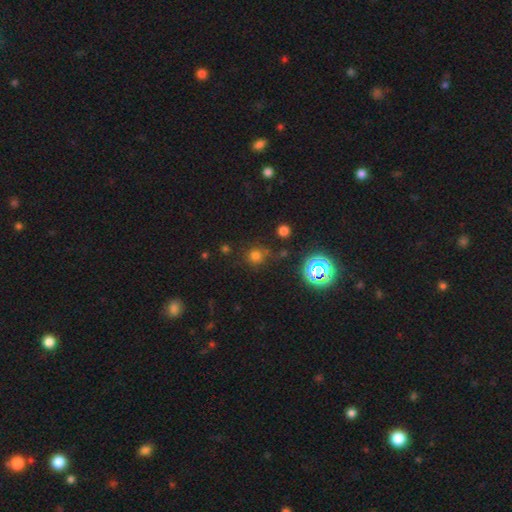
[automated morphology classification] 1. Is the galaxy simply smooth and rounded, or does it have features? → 64% smooth, 28% star or artifact, 7% featured or disk.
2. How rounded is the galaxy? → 90% round, 9% in between, 1% cigar-shaped.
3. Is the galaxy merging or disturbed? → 76% none, 13% minor disturbance, 6% merger, 6% major disturbance.